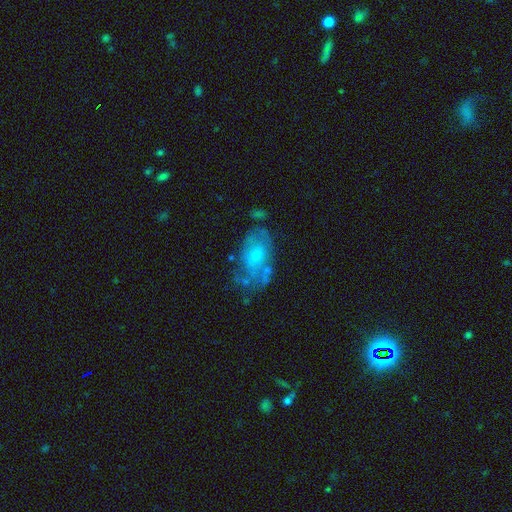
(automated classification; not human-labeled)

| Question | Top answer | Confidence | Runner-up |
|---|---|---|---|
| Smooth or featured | featured or disk | 57% | smooth (35%) |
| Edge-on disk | no | 94% | yes (6%) |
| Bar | no | 77% | weak (20%) |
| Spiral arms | no | 54% | yes (46%) |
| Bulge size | moderate | 47% | small (40%) |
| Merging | none | 47% | minor disturbance (27%) |